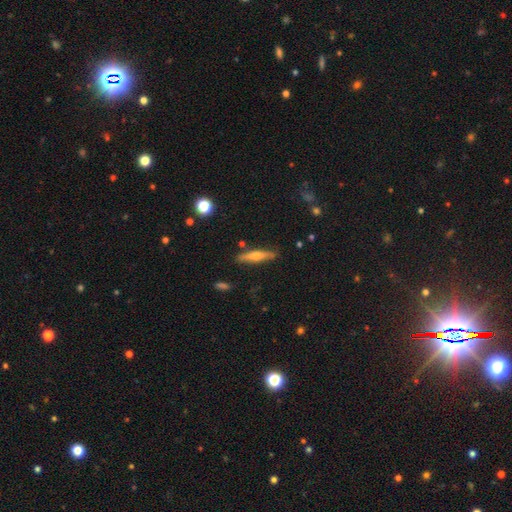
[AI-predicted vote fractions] smooth-or-featured: featured or disk: 49% | smooth: 44% | star or artifact: 7%
  merging: none: 85% | minor disturbance: 10% | merger: 2% | major disturbance: 2%